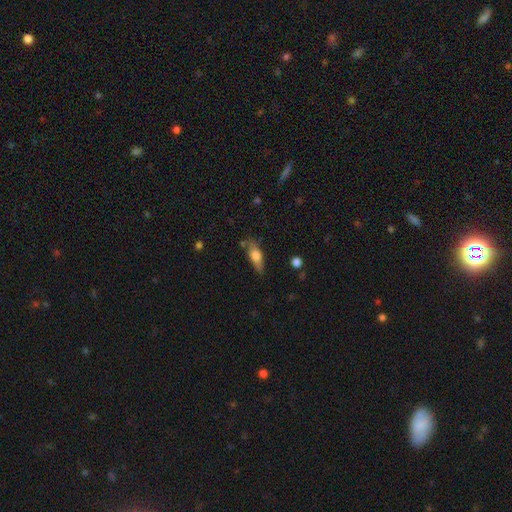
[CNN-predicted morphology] The model was most divided on "how rounded": in between: 53%, cigar-shaped: 43%, round: 4%. More confident: merging — none (68%); smooth or featured — smooth (62%).